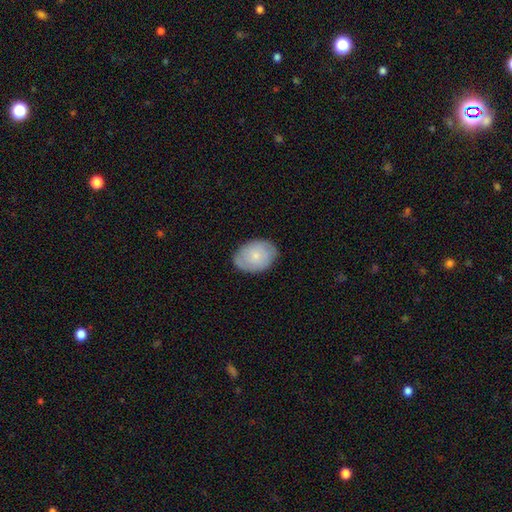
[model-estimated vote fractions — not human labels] Smooth or featured: smooth — 63% (featured or disk — 30%)
How rounded: in between — 74% (round — 25%)
Merging: none — 79% (minor disturbance — 16%)